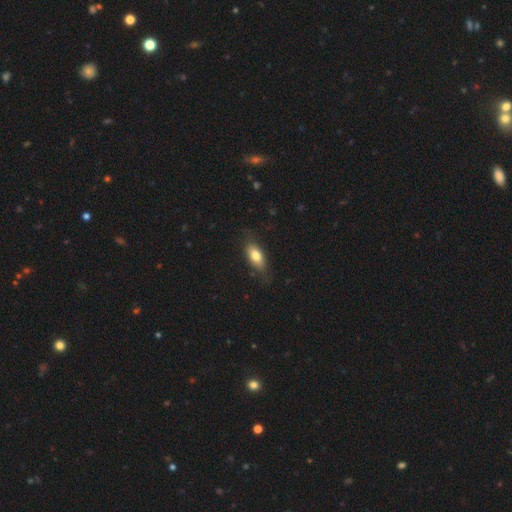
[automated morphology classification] type=smooth (75%); roundness=in between (84%); merging=none (75%).